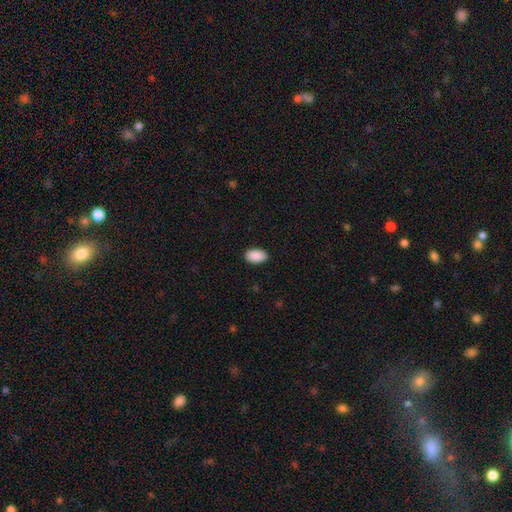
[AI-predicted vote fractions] smooth 92%, star or artifact 6%, featured or disk 2%. Down the decision tree: how rounded — in between (94%); merging — none (90%).